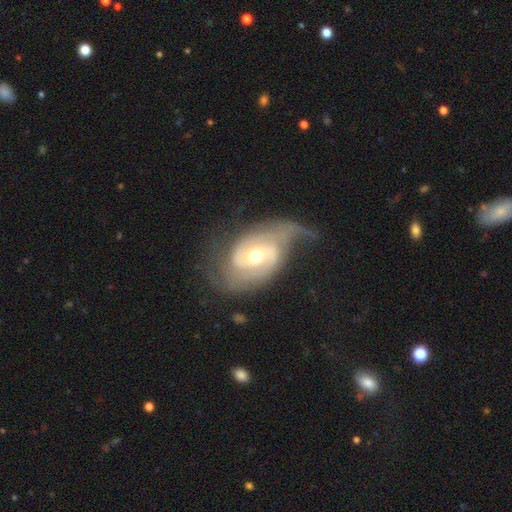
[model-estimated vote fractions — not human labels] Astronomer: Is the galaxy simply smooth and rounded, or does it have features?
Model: featured or disk — 87%.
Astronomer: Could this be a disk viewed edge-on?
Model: no — 97%.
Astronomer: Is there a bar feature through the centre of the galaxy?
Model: no — 49% (runner-up: weak, 39%).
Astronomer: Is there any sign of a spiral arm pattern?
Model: yes — 95%.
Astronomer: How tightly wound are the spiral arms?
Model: medium — 42% (runner-up: tight, 33%).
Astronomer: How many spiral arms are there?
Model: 2 — 73%.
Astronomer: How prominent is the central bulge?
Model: moderate — 72%.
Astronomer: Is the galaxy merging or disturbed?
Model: none — 46% (runner-up: major disturbance, 26%).